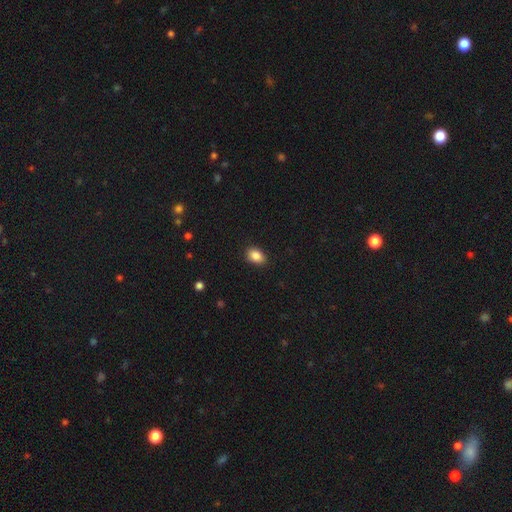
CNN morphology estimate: smooth-or-featured: smooth: 87% | star or artifact: 9% | featured or disk: 4%
  how-rounded: in between: 81% | round: 18% | cigar-shaped: 1%
  merging: none: 88% | minor disturbance: 9% | major disturbance: 2% | merger: 1%